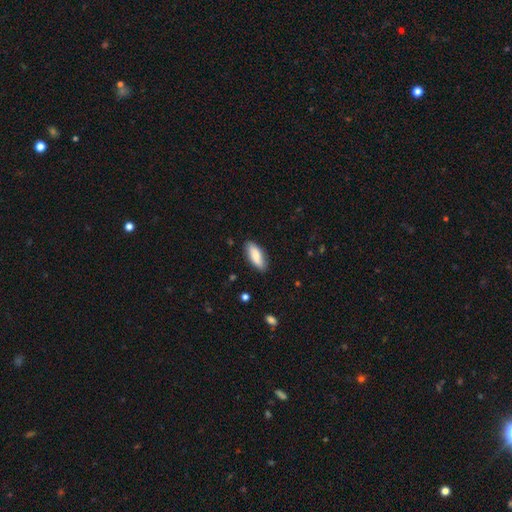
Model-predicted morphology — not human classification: smooth-or-featured: smooth: 81% | featured or disk: 13% | star or artifact: 6%
  how-rounded: in between: 77% | cigar-shaped: 21% | round: 2%
  merging: none: 85% | minor disturbance: 12% | major disturbance: 2% | merger: 1%